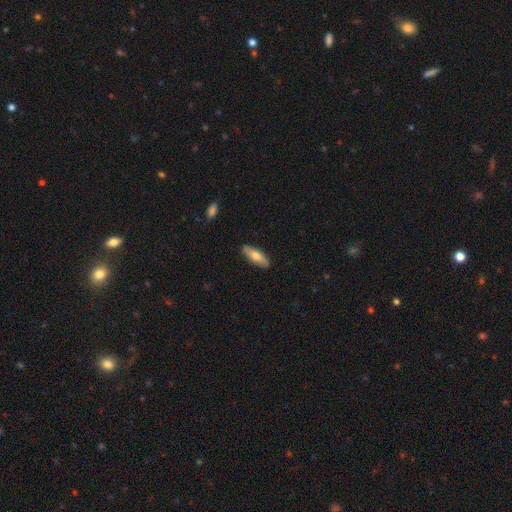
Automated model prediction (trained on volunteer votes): A smooth galaxy with no disk features (65%) that is in between round and cigar-shaped (59%). Merging: none (86%).